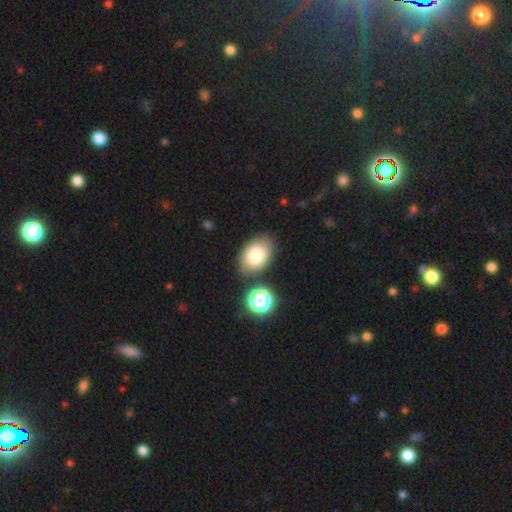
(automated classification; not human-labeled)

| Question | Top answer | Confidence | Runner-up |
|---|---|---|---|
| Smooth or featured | smooth | 81% | featured or disk (10%) |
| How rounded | in between | 82% | round (17%) |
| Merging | none | 76% | minor disturbance (14%) |